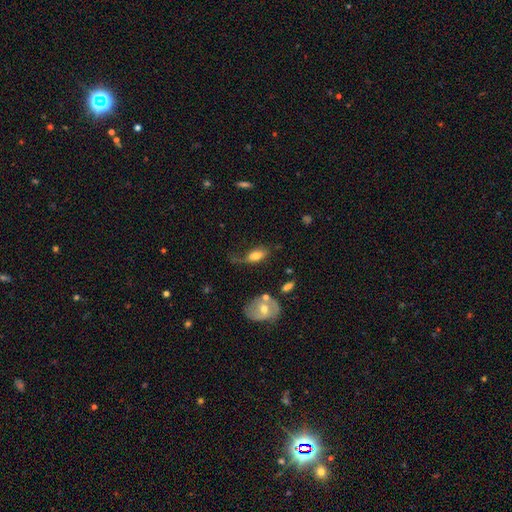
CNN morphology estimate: smooth-or-featured: smooth: 66% | featured or disk: 26% | star or artifact: 8%
  how-rounded: in between: 86% | cigar-shaped: 8% | round: 6%
  merging: major disturbance: 34% | none: 32% | minor disturbance: 26% | merger: 8%